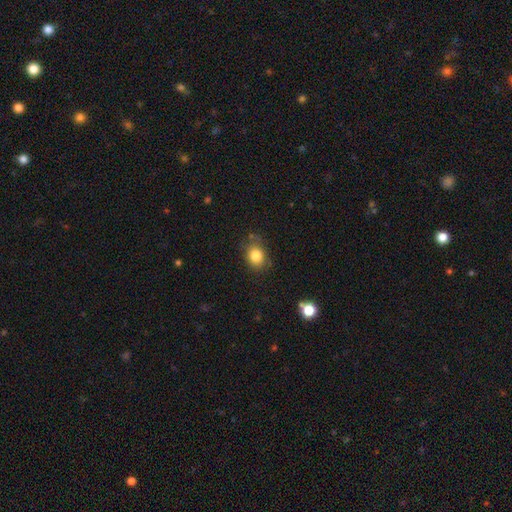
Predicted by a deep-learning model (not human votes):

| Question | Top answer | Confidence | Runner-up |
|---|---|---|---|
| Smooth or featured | smooth | 83% | star or artifact (10%) |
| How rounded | round | 54% | in between (45%) |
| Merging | none | 74% | minor disturbance (18%) |